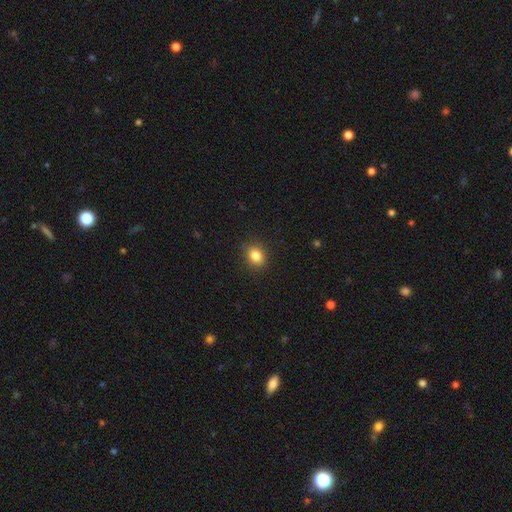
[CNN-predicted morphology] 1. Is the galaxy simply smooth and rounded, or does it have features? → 84% smooth, 10% star or artifact, 6% featured or disk.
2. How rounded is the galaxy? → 50% round, 49% in between, 1% cigar-shaped.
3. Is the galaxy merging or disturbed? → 86% none, 10% minor disturbance, 2% major disturbance, 1% merger.